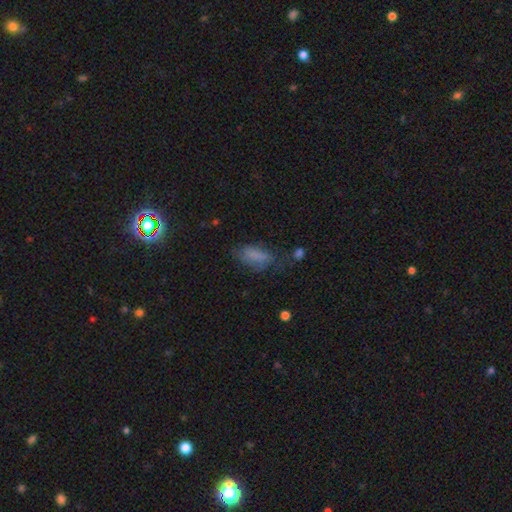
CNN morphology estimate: Smooth or featured?
  - smooth: 73% *
  - featured or disk: 15%
  - star or artifact: 12%
How rounded?
  - in between: 77% *
  - cigar-shaped: 19%
  - round: 4%
Merging?
  - none: 48% *
  - minor disturbance: 29%
  - major disturbance: 18%
  - merger: 4%